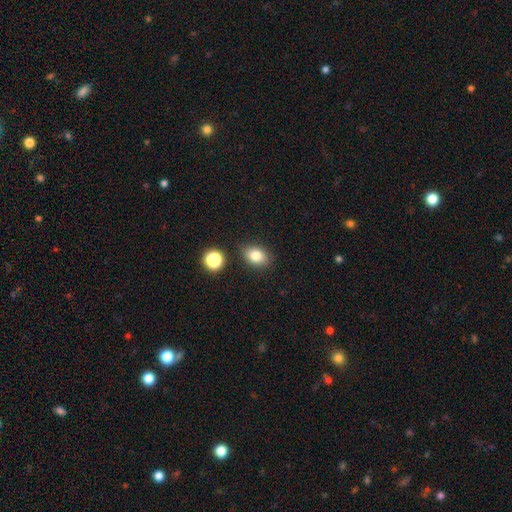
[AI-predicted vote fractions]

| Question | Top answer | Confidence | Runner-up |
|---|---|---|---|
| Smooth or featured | smooth | 81% | star or artifact (11%) |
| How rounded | in between | 73% | round (26%) |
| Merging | none | 82% | minor disturbance (11%) |